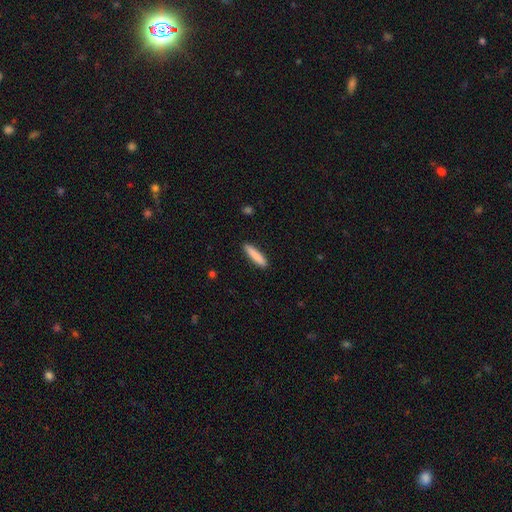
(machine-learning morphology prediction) Smooth or featured?
  - smooth: 85% *
  - featured or disk: 9%
  - star or artifact: 6%
How rounded?
  - cigar-shaped: 87% *
  - in between: 12%
  - round: 1%
Merging?
  - none: 90% *
  - minor disturbance: 7%
  - major disturbance: 2%
  - merger: 1%